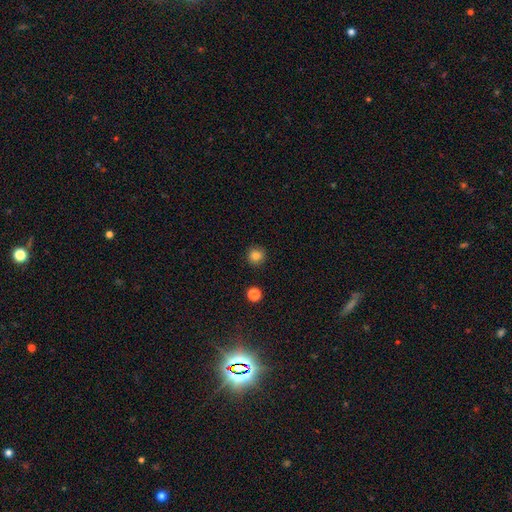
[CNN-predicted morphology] Smooth or featured? Predicted: smooth (p=0.84). How rounded? Predicted: round (p=0.93). Merging? Predicted: none (p=0.90).